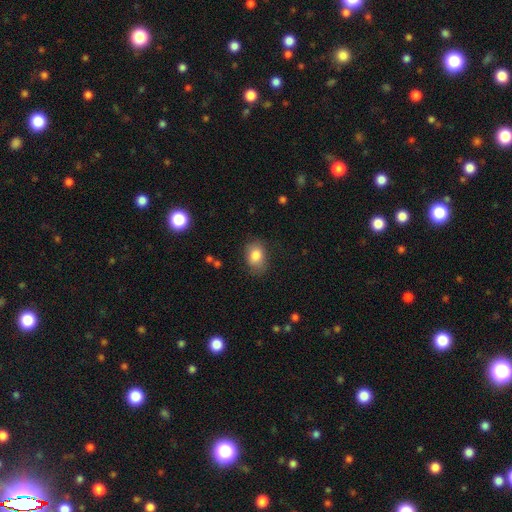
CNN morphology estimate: Overall: smooth (83%). How rounded: in between (74%). Merging: none (74%).